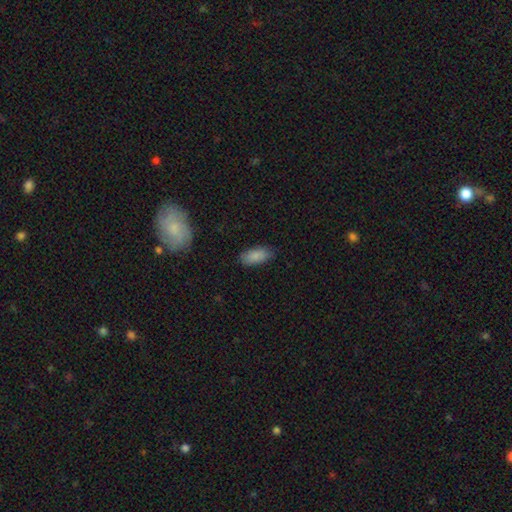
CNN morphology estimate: Smooth or featured?
  - smooth: 87% *
  - star or artifact: 7%
  - featured or disk: 6%
How rounded?
  - in between: 87% *
  - cigar-shaped: 11%
  - round: 2%
Merging?
  - none: 82% *
  - minor disturbance: 14%
  - major disturbance: 3%
  - merger: 1%